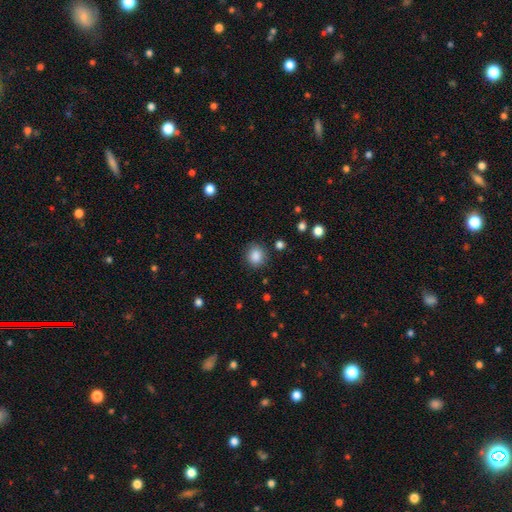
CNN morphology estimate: A smooth galaxy with no disk features (87%) that is round (81%).

Vote fractions:
- Smooth or featured? smooth: 87% / star or artifact: 9% / featured or disk: 4%
- How rounded? round: 81% / in between: 18% / cigar-shaped: 1%
- Merging? none: 86% / minor disturbance: 9% / major disturbance: 3% / merger: 2%